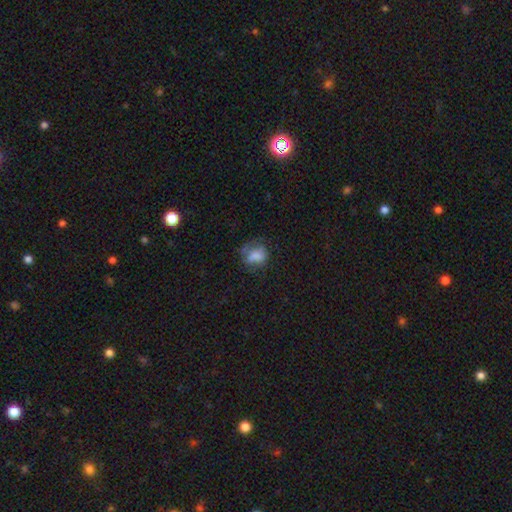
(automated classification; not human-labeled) This is likely a smooth galaxy (72%). How rounded: possibly in between (60%). Merging: possibly none (47%).